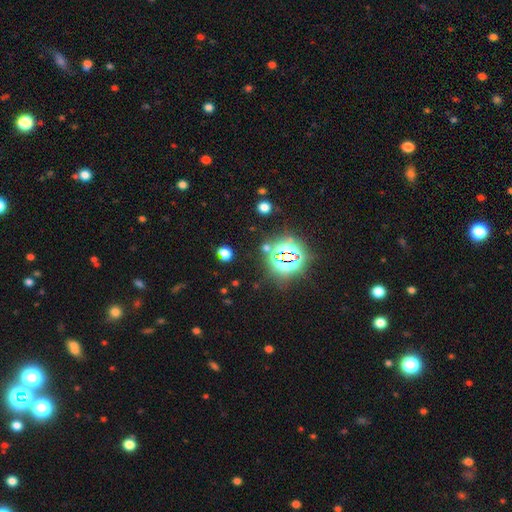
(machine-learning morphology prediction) A star or artifact, not a galaxy (82%).